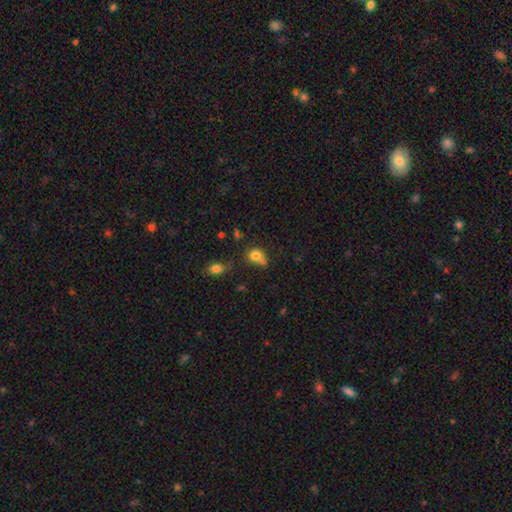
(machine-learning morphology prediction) Smooth or featured? smooth (78%)
How rounded? round (58%)
Merging? none (39%)